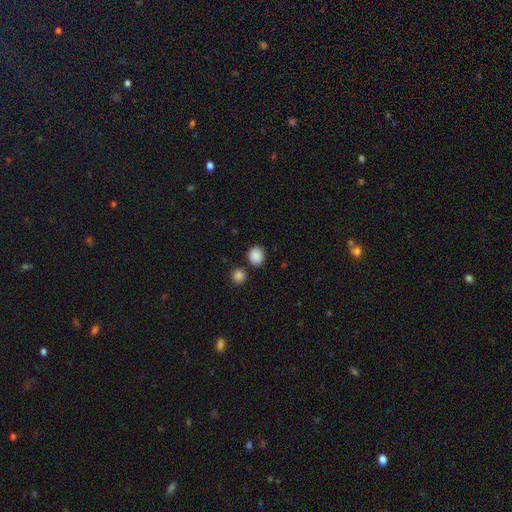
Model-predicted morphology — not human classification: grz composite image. It shows a smooth galaxy with no disk features (88%) that is round (66%). Merging: none (80%).